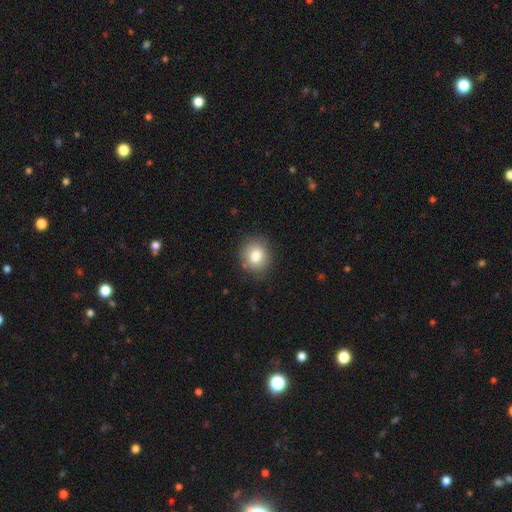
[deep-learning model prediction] smooth 80%, featured or disk 10%, star or artifact 10%. Down the decision tree: how rounded — round (83%); merging — none (84%).